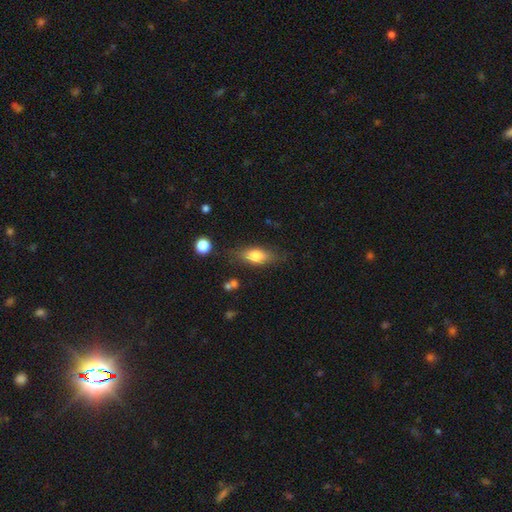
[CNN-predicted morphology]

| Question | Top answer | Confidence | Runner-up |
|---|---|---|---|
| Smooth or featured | smooth | 74% | featured or disk (19%) |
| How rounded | in between | 78% | cigar-shaped (16%) |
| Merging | none | 75% | minor disturbance (17%) |